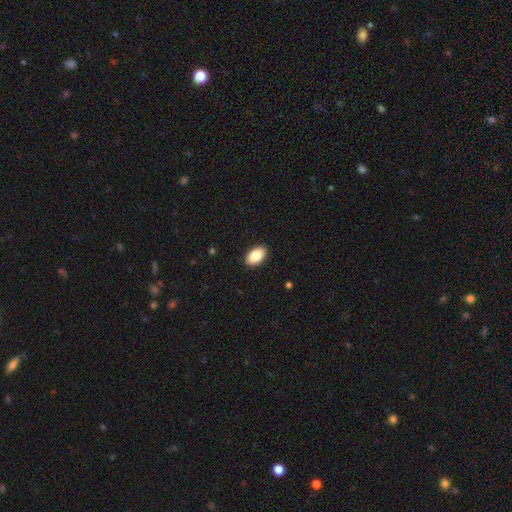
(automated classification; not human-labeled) Smooth or featured: smooth — 86% (featured or disk — 7%)
How rounded: in between — 94% (round — 5%)
Merging: none — 91% (minor disturbance — 7%)